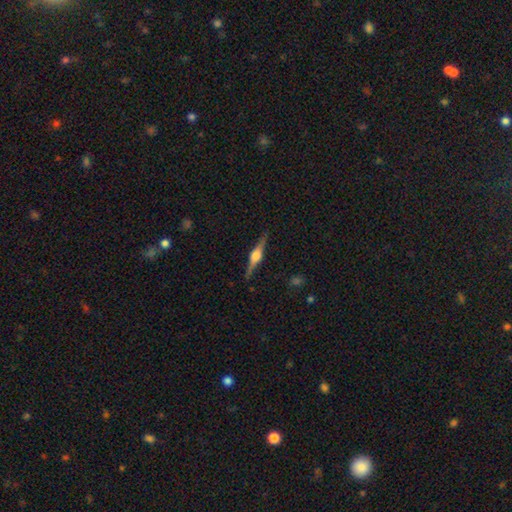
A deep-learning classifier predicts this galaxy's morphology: smooth-or-featured: featured or disk: 82% | smooth: 12% | star or artifact: 6%
  disk-edge-on: yes: 98% | no: 2%
    edge-on-bulge: rounded: 89% | boxy: 9% | none: 2%
  merging: none: 89% | minor disturbance: 8% | major disturbance: 2% | merger: 1%